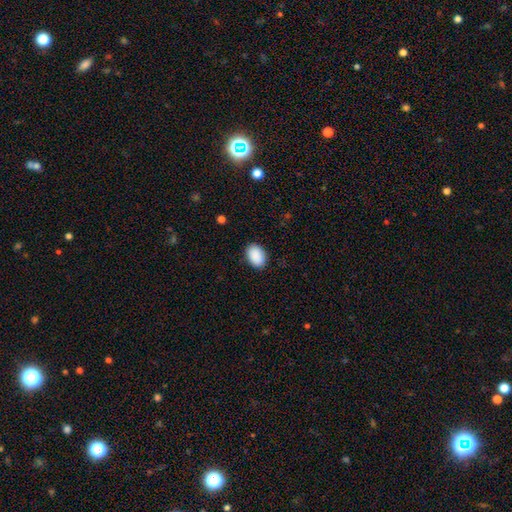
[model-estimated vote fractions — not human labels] Morphology: type=smooth (91%); roundness=in between (85%); merging=none (88%).